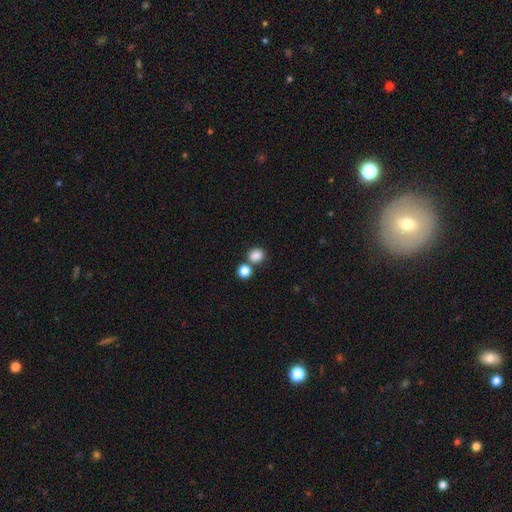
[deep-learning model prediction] The model was most divided on "merging": none: 66%, merger: 23%, minor disturbance: 8%, major disturbance: 3%. More confident: smooth or featured — smooth (85%); how rounded — round (80%).